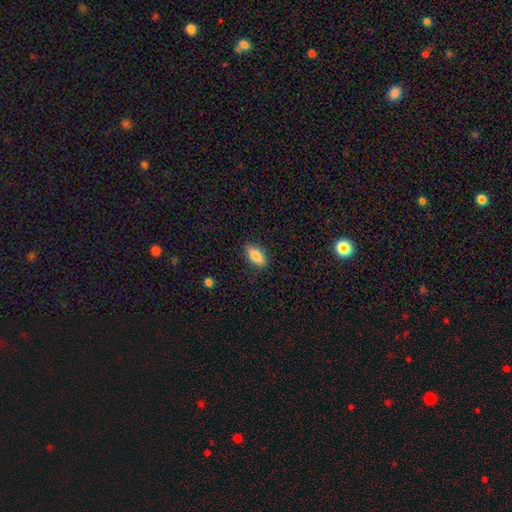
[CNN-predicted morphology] Smooth or featured? Predicted: smooth (p=0.85). How rounded? Predicted: in between (p=0.87). Merging? Predicted: none (p=0.87).